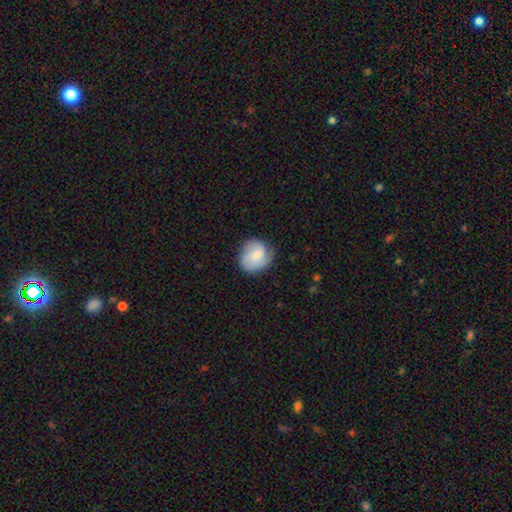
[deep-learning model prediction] Smooth or featured: smooth — 53% (featured or disk — 41%)
How rounded: round — 74% (in between — 25%)
Merging: none — 68% (minor disturbance — 24%)